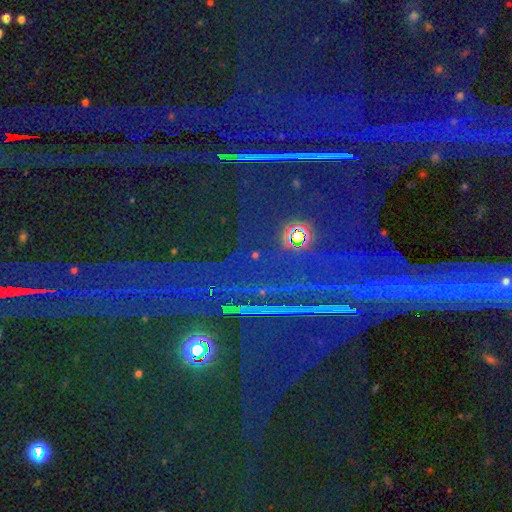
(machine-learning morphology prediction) Overall: star or artifact (86%).